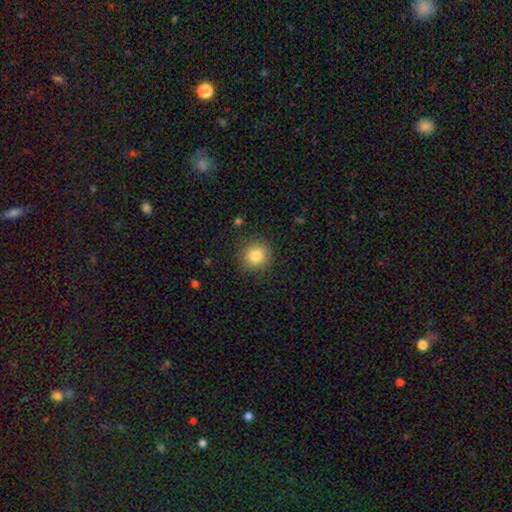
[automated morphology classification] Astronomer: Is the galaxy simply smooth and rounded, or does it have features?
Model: smooth — 83%.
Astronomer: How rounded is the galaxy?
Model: round — 91%.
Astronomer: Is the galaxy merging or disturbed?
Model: none — 87%.